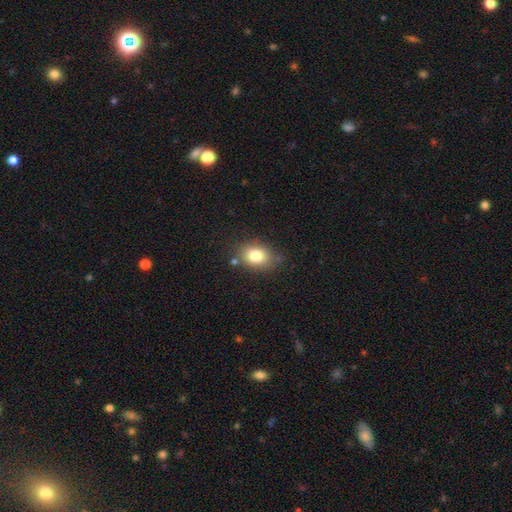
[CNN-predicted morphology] A smooth galaxy with no disk features (80%) that is in between round and cigar-shaped (65%).

Vote fractions:
- Smooth or featured? smooth: 80% / featured or disk: 10% / star or artifact: 10%
- How rounded? in between: 65% / round: 34% / cigar-shaped: 1%
- Merging? none: 75% / minor disturbance: 15% / merger: 5% / major disturbance: 4%